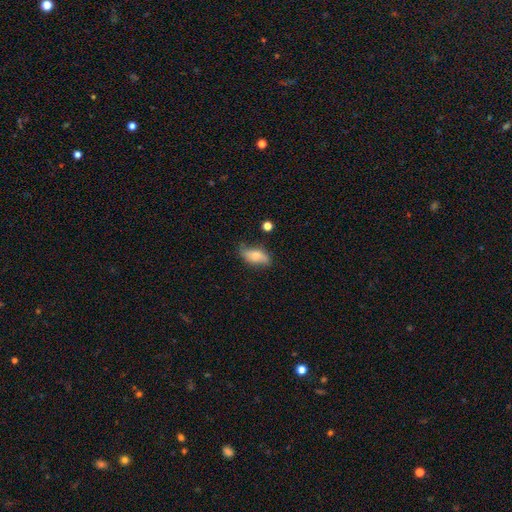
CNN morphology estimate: Q: Smooth or featured?
A: smooth (66%); runner-up: featured or disk (25%)
Q: How rounded?
A: in between (84%); runner-up: cigar-shaped (11%)
Q: Merging?
A: none (61%); runner-up: minor disturbance (28%)